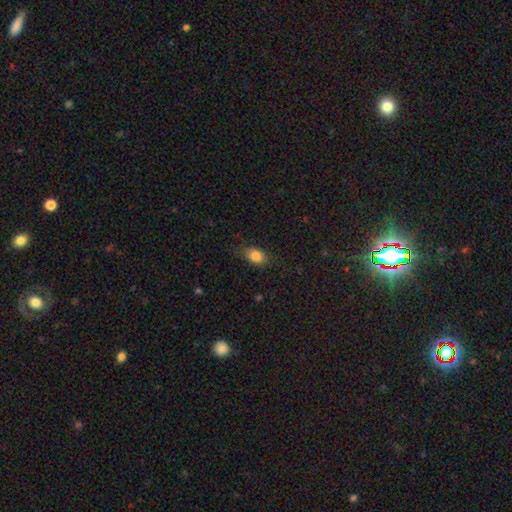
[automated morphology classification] Smooth or featured? Predicted: smooth (p=0.84). How rounded? Predicted: in between (p=0.79). Merging? Predicted: none (p=0.75).